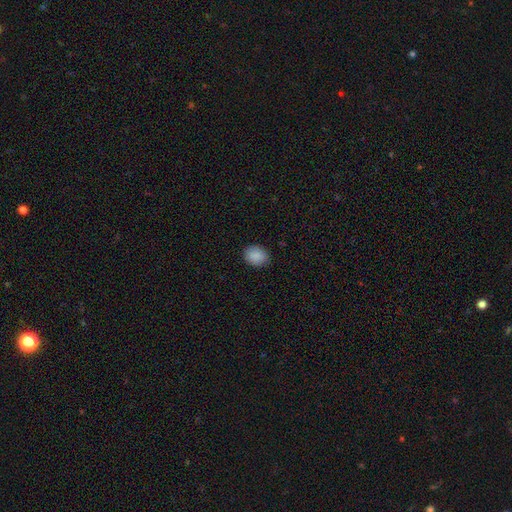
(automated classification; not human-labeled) Smooth or featured: smooth — 89% (star or artifact — 8%)
How rounded: round — 54% (in between — 45%)
Merging: none — 88% (minor disturbance — 9%)